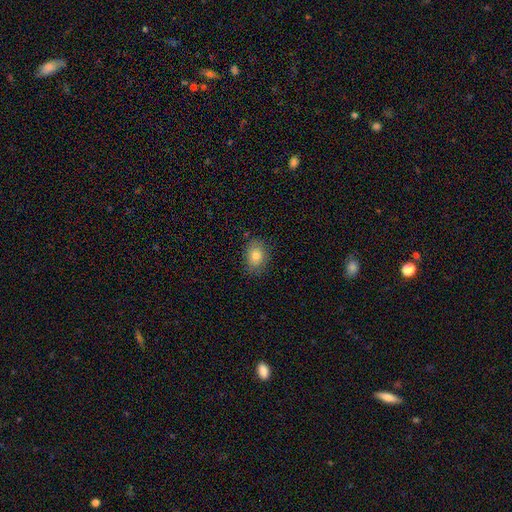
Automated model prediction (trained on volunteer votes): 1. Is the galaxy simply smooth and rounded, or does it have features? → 80% smooth, 11% featured or disk, 9% star or artifact.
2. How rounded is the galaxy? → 71% in between, 27% round, 1% cigar-shaped.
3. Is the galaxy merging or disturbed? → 81% none, 14% minor disturbance, 3% major disturbance, 1% merger.